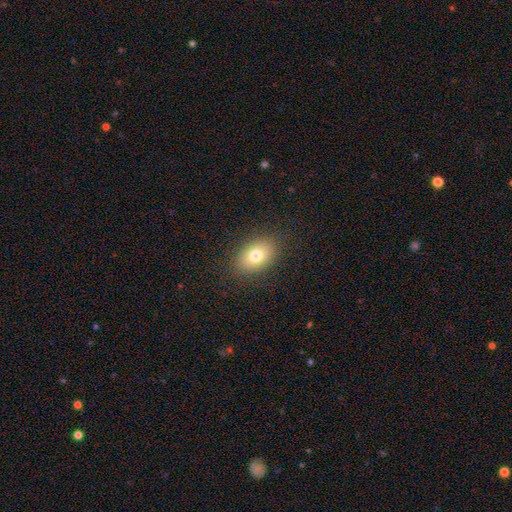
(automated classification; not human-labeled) Smooth or featured? smooth (76%)
How rounded? in between (82%)
Merging? none (86%)